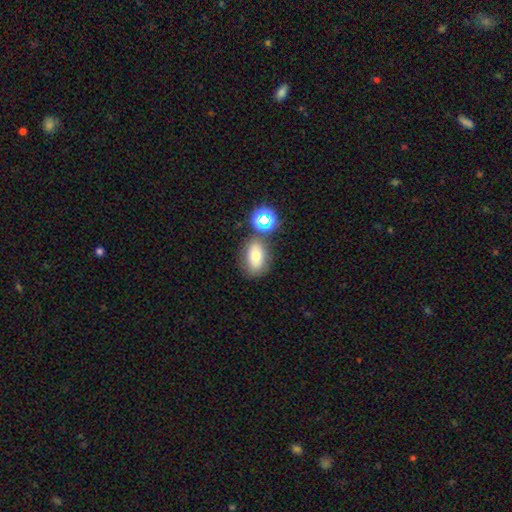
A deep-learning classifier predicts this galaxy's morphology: smooth-or-featured: smooth: 71% | featured or disk: 14% | star or artifact: 14%
  how-rounded: in between: 81% | round: 17% | cigar-shaped: 2%
  merging: none: 68% | minor disturbance: 15% | merger: 13% | major disturbance: 5%